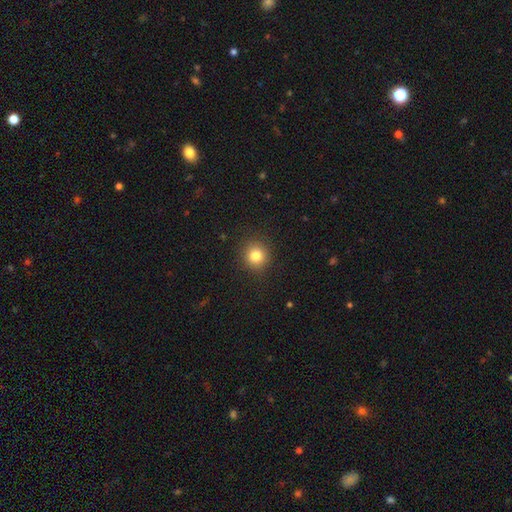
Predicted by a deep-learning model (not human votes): A smooth galaxy with no disk features (81%) that is round (91%).

Vote fractions:
- Smooth or featured? smooth: 81% / star or artifact: 12% / featured or disk: 6%
- How rounded? round: 91% / in between: 8% / cigar-shaped: 1%
- Merging? none: 90% / minor disturbance: 6% / major disturbance: 2% / merger: 1%